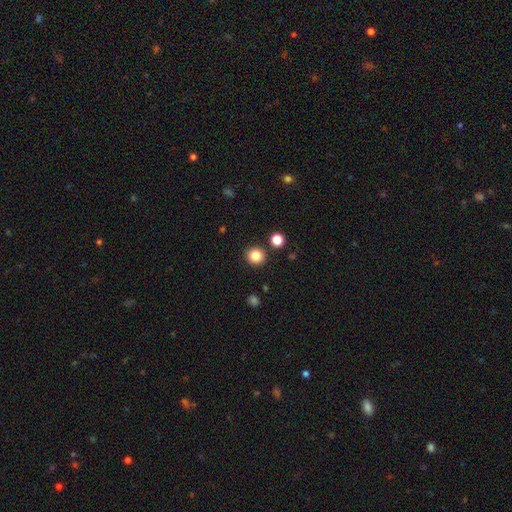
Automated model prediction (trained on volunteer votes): smooth-or-featured: smooth: 85% | star or artifact: 11% | featured or disk: 4%
  how-rounded: round: 92% | in between: 7% | cigar-shaped: 1%
  merging: none: 89% | minor disturbance: 6% | merger: 4% | major disturbance: 2%